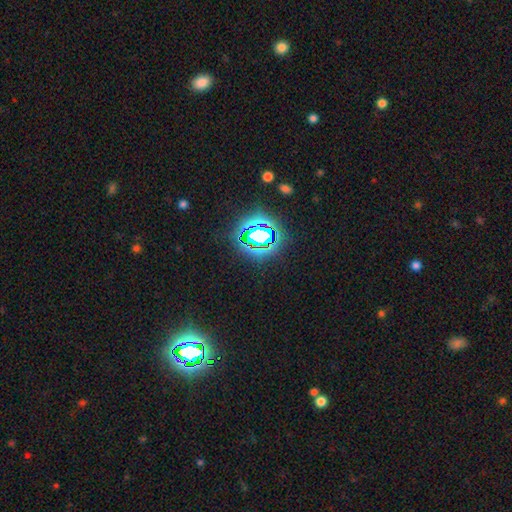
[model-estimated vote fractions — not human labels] Smooth or featured?
  - star or artifact: 84% *
  - smooth: 10%
  - featured or disk: 6%